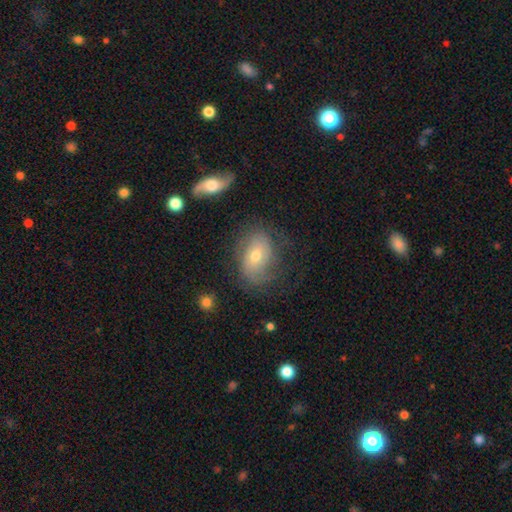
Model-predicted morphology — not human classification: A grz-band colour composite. It shows a featured or disk galaxy (55%) with no bar (63%), spiral arms (73%) and a moderate central bulge (57%). Merging: none (60%).